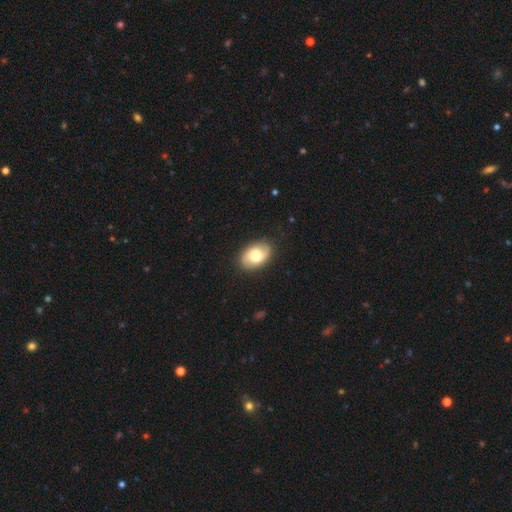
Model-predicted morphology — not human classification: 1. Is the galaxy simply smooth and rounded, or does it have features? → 48% smooth, 45% featured or disk, 7% star or artifact.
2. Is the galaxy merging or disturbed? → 85% none, 11% minor disturbance, 3% major disturbance, 1% merger.